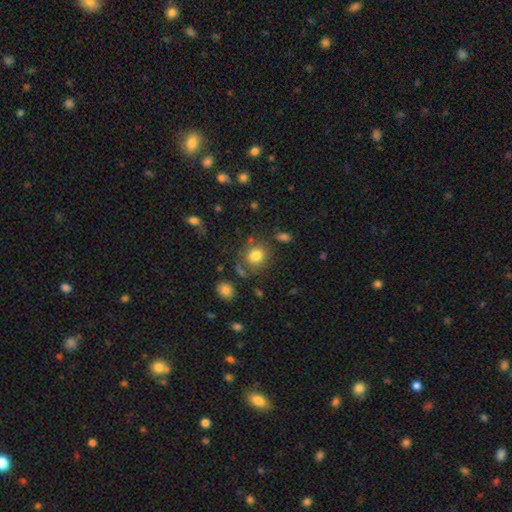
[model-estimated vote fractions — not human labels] This is likely a smooth galaxy (79%). How rounded: likely round (76%). Merging: likely none (73%).